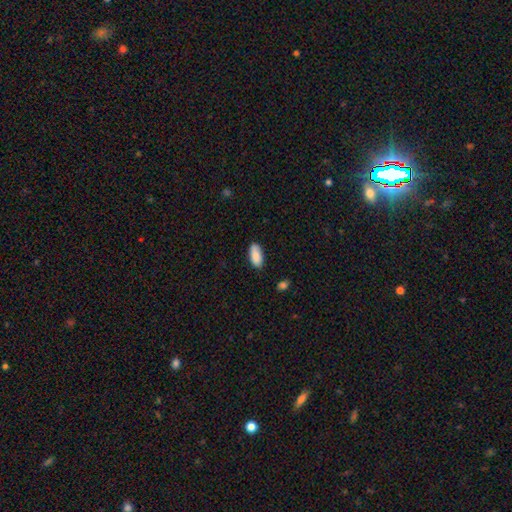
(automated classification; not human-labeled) This appears to be a smooth galaxy with no disk features (89%) that is in between round and cigar-shaped (89%). Merging: none (83%).